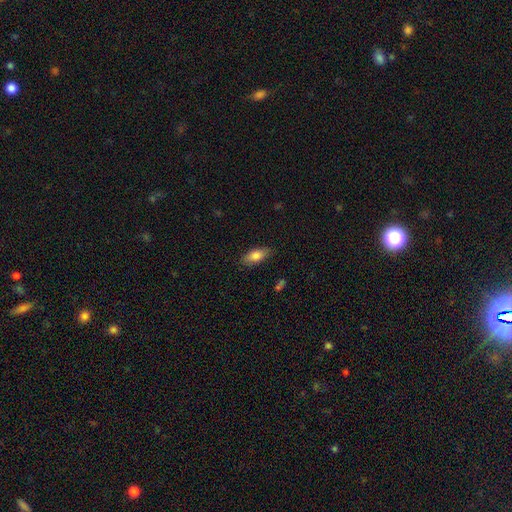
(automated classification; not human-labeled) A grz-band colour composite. It shows a smooth galaxy with no disk features (82%) that is in between round and cigar-shaped (84%). Merging: none (82%).